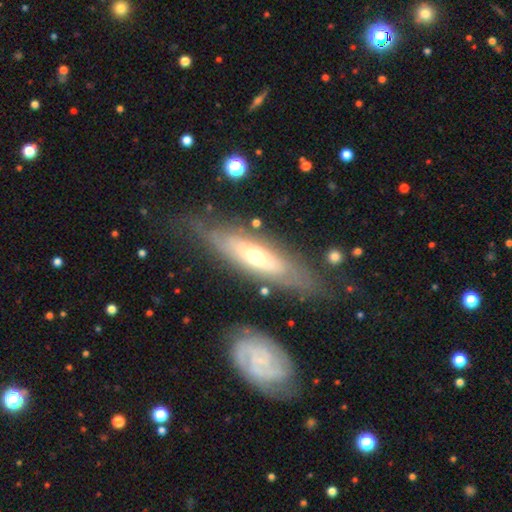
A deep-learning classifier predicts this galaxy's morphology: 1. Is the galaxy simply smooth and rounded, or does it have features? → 67% featured or disk, 27% smooth, 6% star or artifact.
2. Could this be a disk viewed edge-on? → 62% no, 38% yes.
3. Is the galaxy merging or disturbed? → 70% none, 18% minor disturbance, 9% major disturbance, 3% merger.